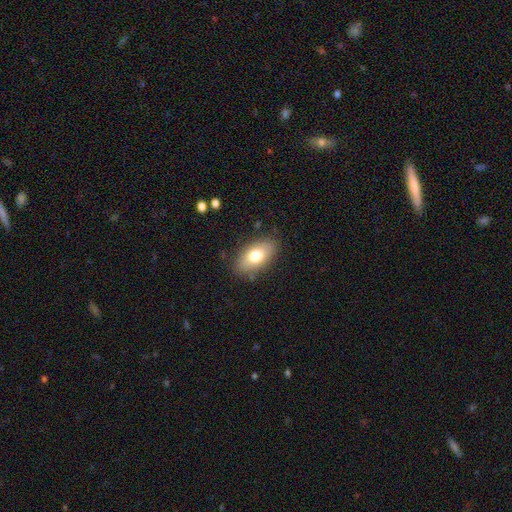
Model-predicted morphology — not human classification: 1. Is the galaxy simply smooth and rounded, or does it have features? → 74% smooth, 19% featured or disk, 8% star or artifact.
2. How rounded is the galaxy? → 90% in between, 6% round, 5% cigar-shaped.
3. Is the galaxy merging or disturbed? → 83% none, 12% minor disturbance, 3% major disturbance, 1% merger.